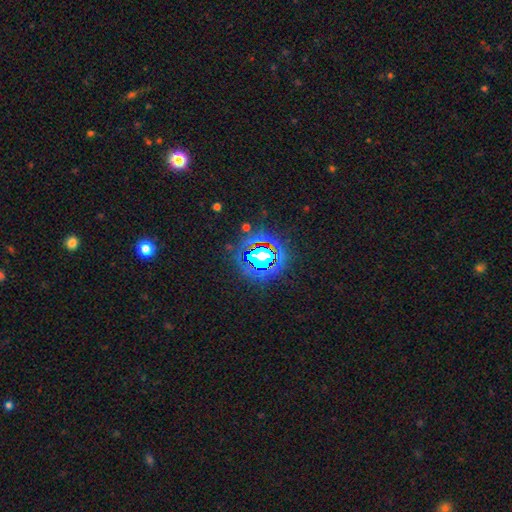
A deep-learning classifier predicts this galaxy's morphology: Overall: star or artifact (76%).